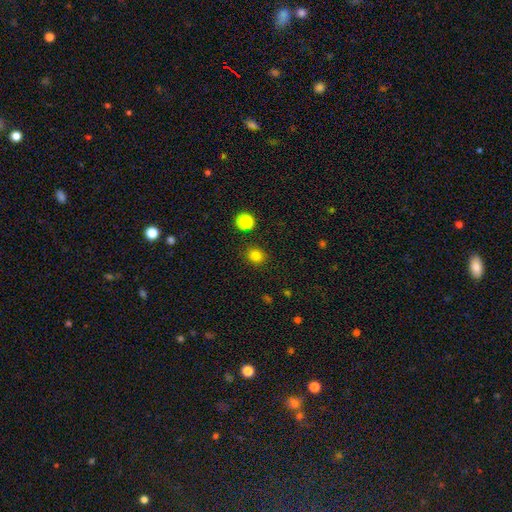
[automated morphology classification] A smooth galaxy with no disk features (83%) that is round (80%). Merging: none (88%).